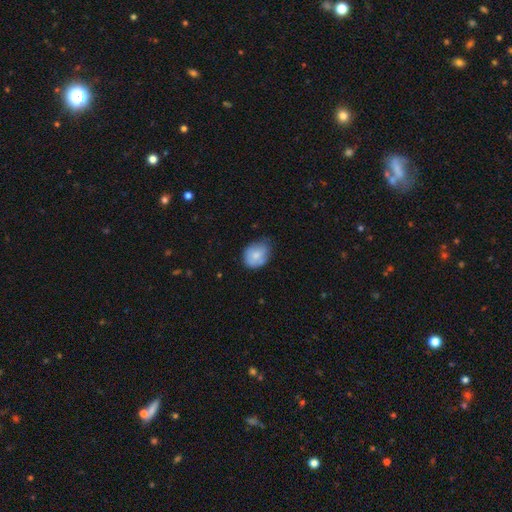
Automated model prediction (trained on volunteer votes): smooth 74%, featured or disk 19%, star or artifact 7%. Down the decision tree: how rounded — in between (59%); merging — none (52%).